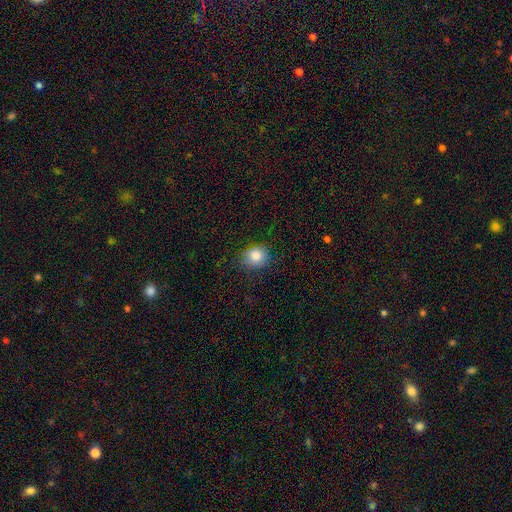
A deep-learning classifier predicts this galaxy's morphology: Smooth or featured?
  - smooth: 84% *
  - star or artifact: 10%
  - featured or disk: 6%
How rounded?
  - round: 79% *
  - in between: 20%
  - cigar-shaped: 1%
Merging?
  - none: 82% *
  - minor disturbance: 14%
  - major disturbance: 3%
  - merger: 1%